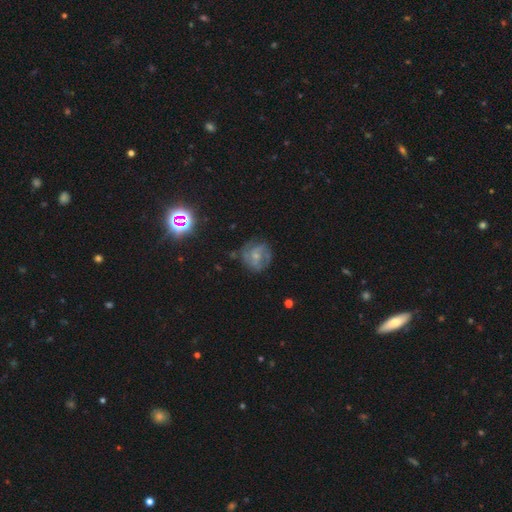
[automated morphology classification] This appears to be a featured or disk galaxy (68%) with no bar (63%), 2 (39%) medium (44%) spiral arms (82%) and a small central bulge (64%). Merging: none (65%).